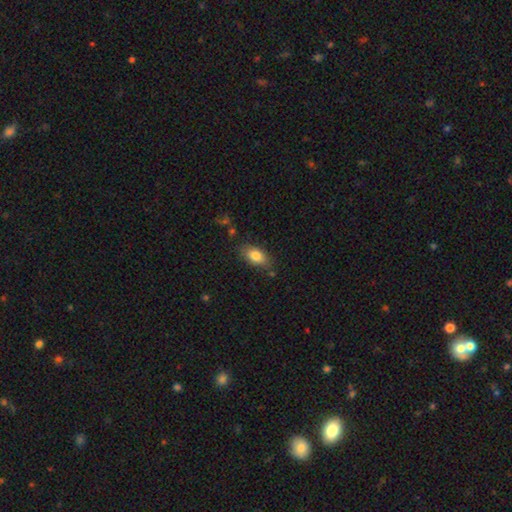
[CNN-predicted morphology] Overall: smooth (82%). How rounded: in between (89%). Merging: none (76%).